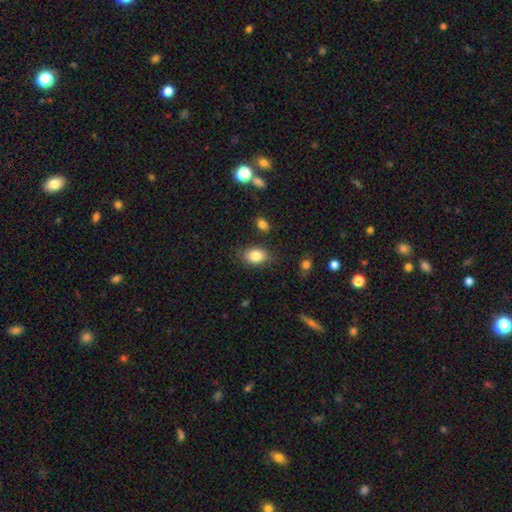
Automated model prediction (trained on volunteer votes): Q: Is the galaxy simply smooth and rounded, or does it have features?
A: smooth — 83%.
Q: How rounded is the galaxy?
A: in between — 83%.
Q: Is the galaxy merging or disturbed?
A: none — 80%.